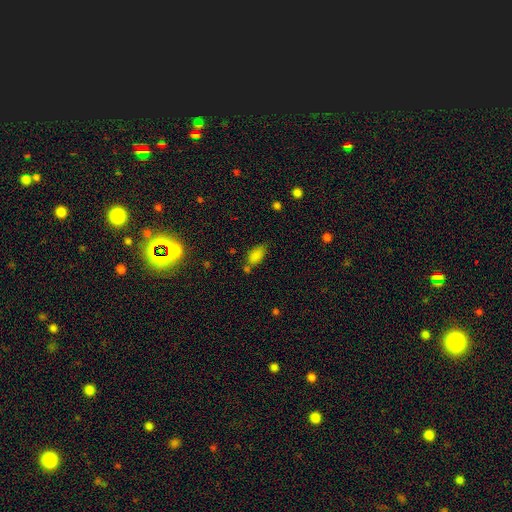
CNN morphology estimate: Smooth or featured: smooth — 81% (star or artifact — 13%)
How rounded: in between — 90% (round — 6%)
Merging: none — 53% (minor disturbance — 23%)